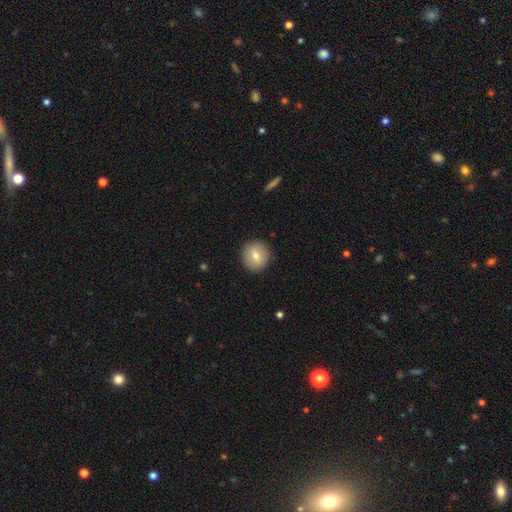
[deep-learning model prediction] This is likely a smooth galaxy (75%). How rounded: clearly round (91%). Merging: clearly none (91%).